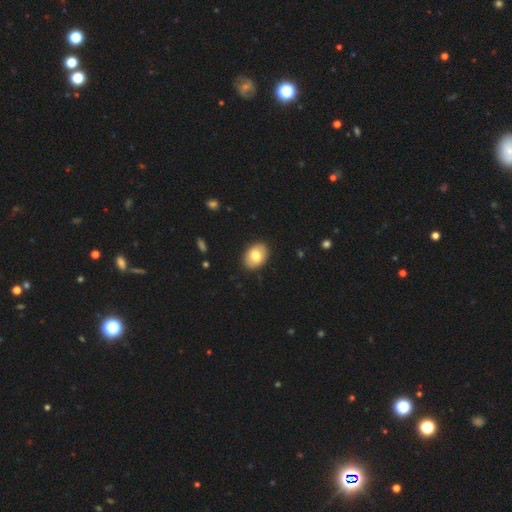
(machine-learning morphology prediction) The model was most divided on "how rounded": in between: 79%, round: 19%, cigar-shaped: 1%. More confident: merging — none (89%); smooth or featured — smooth (78%).